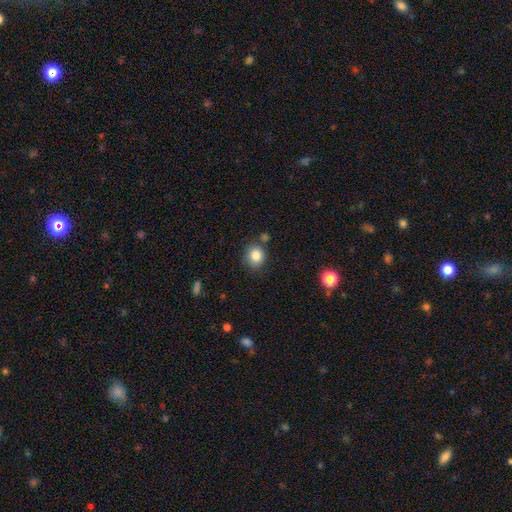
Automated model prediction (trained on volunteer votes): Smooth or featured?
  - smooth: 84% *
  - star or artifact: 10%
  - featured or disk: 6%
How rounded?
  - round: 77% *
  - in between: 22%
  - cigar-shaped: 1%
Merging?
  - none: 75% *
  - minor disturbance: 13%
  - merger: 8%
  - major disturbance: 4%